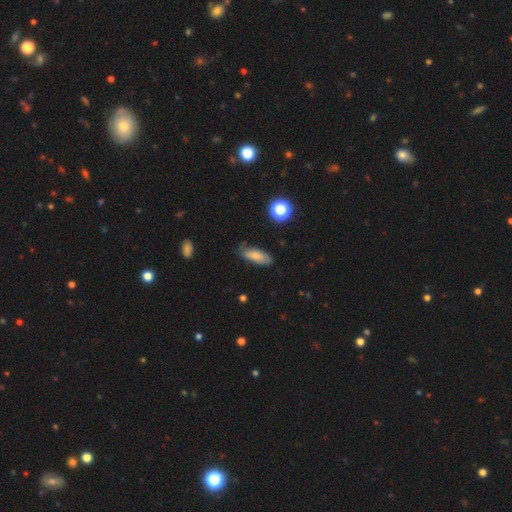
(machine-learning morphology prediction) smooth 73%, featured or disk 19%, star or artifact 8%. Down the decision tree: how rounded — in between (72%); merging — none (70%).